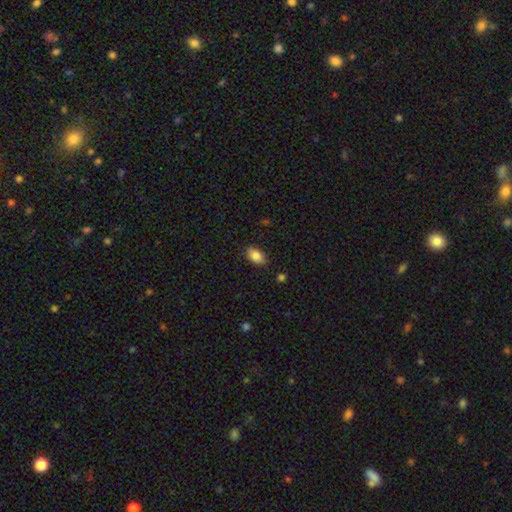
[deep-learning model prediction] Smooth or featured? Predicted: smooth (p=0.86). How rounded? Predicted: in between (p=0.90). Merging? Predicted: none (p=0.83).